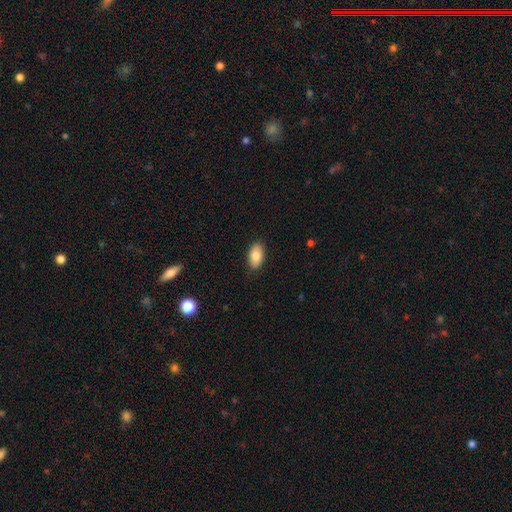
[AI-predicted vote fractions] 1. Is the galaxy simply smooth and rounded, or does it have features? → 84% smooth, 10% featured or disk, 7% star or artifact.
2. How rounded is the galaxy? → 94% in between, 4% round, 3% cigar-shaped.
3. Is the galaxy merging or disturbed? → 87% none, 10% minor disturbance, 2% major disturbance, 1% merger.